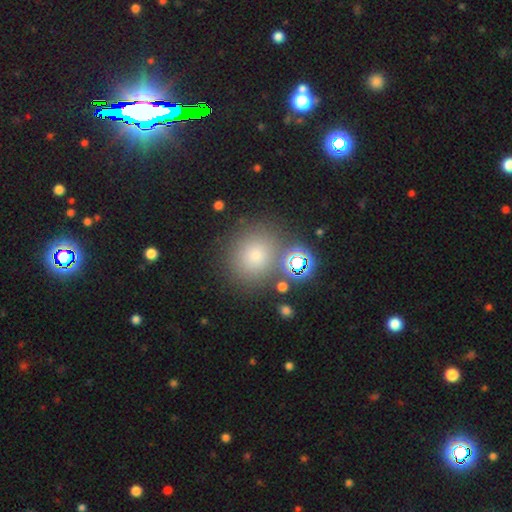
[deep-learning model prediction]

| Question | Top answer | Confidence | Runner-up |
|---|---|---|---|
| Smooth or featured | smooth | 74% | star or artifact (17%) |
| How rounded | round | 85% | in between (14%) |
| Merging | none | 75% | minor disturbance (10%) |